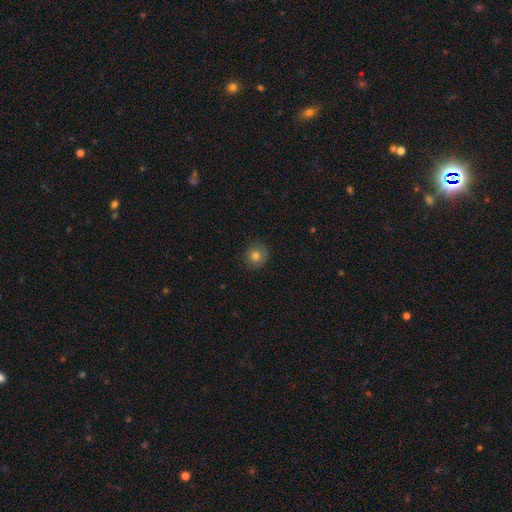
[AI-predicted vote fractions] Smooth or featured? smooth (76%)
How rounded? round (91%)
Merging? none (85%)